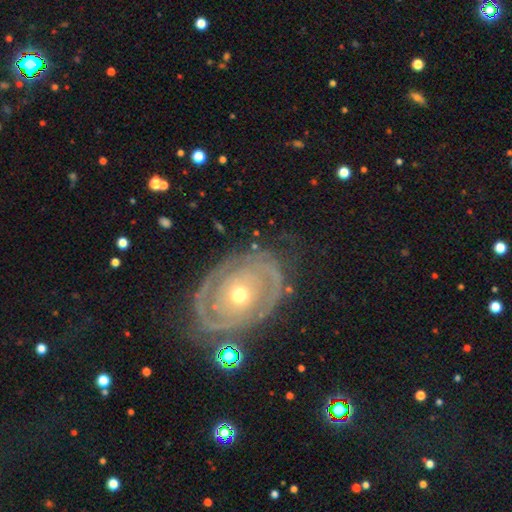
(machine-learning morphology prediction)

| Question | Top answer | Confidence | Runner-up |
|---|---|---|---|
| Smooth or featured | featured or disk | 80% | smooth (13%) |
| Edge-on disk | no | 96% | yes (4%) |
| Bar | no | 82% | weak (12%) |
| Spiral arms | yes | 81% | no (19%) |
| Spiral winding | tight | 71% | medium (21%) |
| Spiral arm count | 2 | 48% | can't tell (26%) |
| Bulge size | moderate | 55% | small (40%) |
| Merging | none | 70% | minor disturbance (18%) |